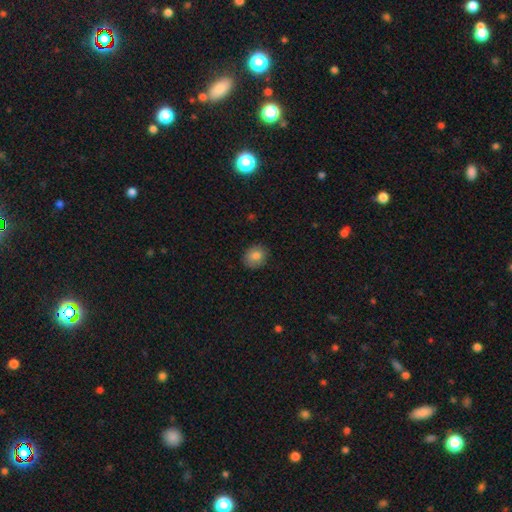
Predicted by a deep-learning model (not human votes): Overall: smooth (83%). How rounded: round (70%). Merging: none (87%).